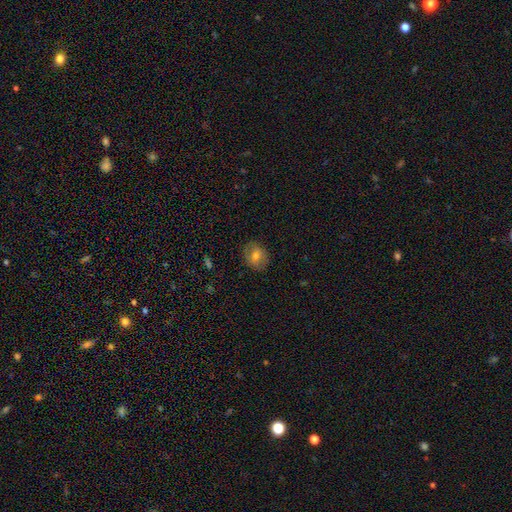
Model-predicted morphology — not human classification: smooth-or-featured: smooth: 67% | featured or disk: 24% | star or artifact: 9%
  how-rounded: round: 57% | in between: 42% | cigar-shaped: 1%
  merging: none: 84% | minor disturbance: 12% | major disturbance: 3% | merger: 1%